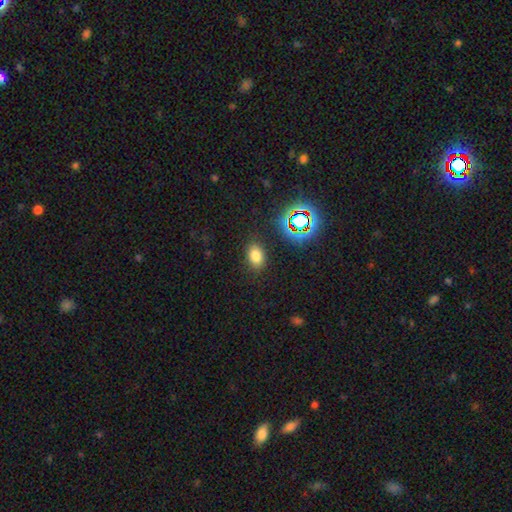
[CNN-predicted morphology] A smooth galaxy with no disk features (74%) that is in between round and cigar-shaped (80%). Merging: none (85%).